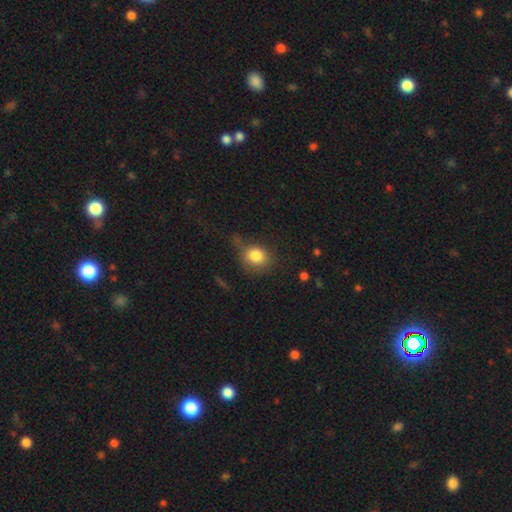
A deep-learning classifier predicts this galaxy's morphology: Smooth or featured?
  - smooth: 82% *
  - star or artifact: 10%
  - featured or disk: 8%
How rounded?
  - round: 68% *
  - in between: 30%
  - cigar-shaped: 1%
Merging?
  - none: 60% *
  - minor disturbance: 24%
  - major disturbance: 11%
  - merger: 5%